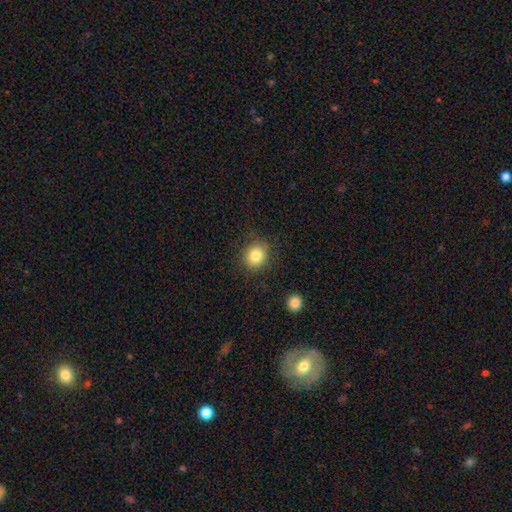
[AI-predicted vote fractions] smooth-or-featured: smooth: 83% | star or artifact: 10% | featured or disk: 7%
  how-rounded: round: 80% | in between: 19% | cigar-shaped: 1%
  merging: none: 84% | minor disturbance: 11% | major disturbance: 4% | merger: 2%